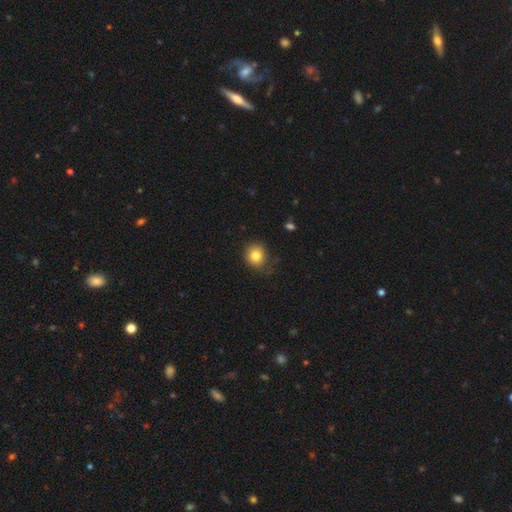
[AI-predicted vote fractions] Q: Smooth or featured?
A: smooth (83%); runner-up: star or artifact (10%)
Q: How rounded?
A: round (81%); runner-up: in between (18%)
Q: Merging?
A: none (73%); runner-up: minor disturbance (20%)